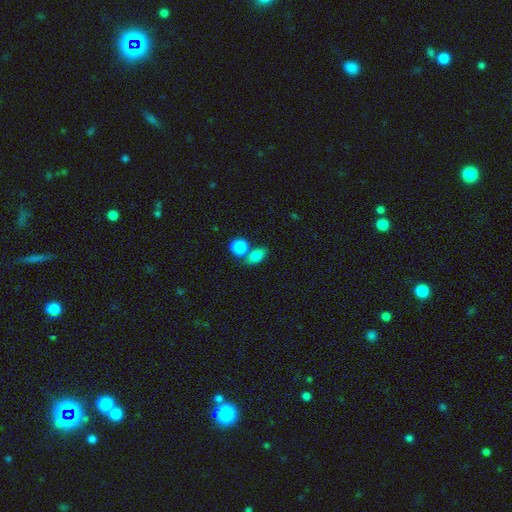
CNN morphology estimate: Smooth or featured: smooth — 84% (star or artifact — 9%)
How rounded: in between — 71% (round — 27%)
Merging: none — 44% (merger — 41%)